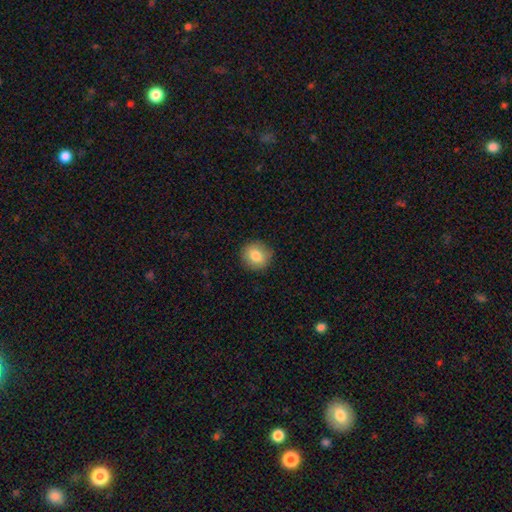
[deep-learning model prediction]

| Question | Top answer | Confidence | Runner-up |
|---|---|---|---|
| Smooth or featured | smooth | 82% | featured or disk (10%) |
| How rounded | round | 89% | in between (10%) |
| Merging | none | 89% | minor disturbance (8%) |